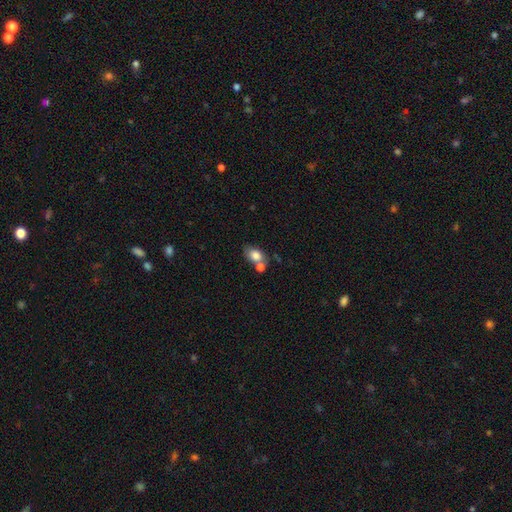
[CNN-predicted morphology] The model was most divided on "merging": none: 44%, merger: 37%, minor disturbance: 14%, major disturbance: 5%. More confident: smooth or featured — smooth (79%); how rounded — in between (76%).